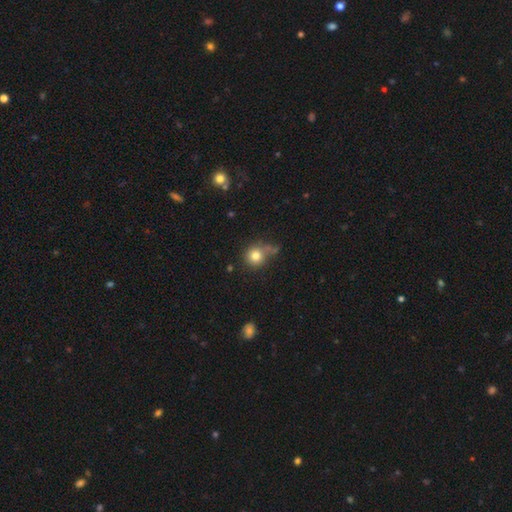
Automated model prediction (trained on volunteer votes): This appears to be a smooth galaxy with no disk features (80%) that is round (90%). Merging: none (61%).